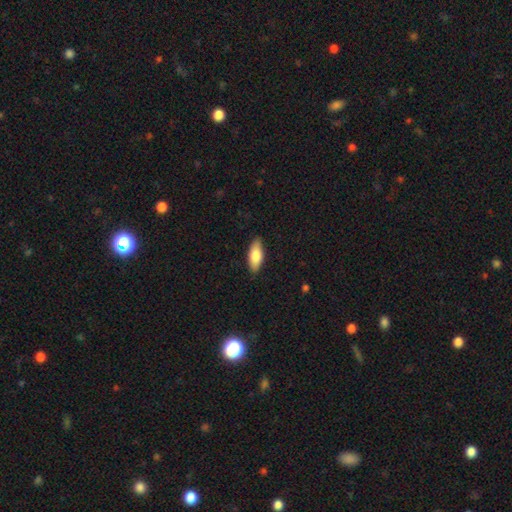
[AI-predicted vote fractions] This is likely a smooth galaxy (78%). How rounded: clearly in between (82%). Merging: clearly none (87%).